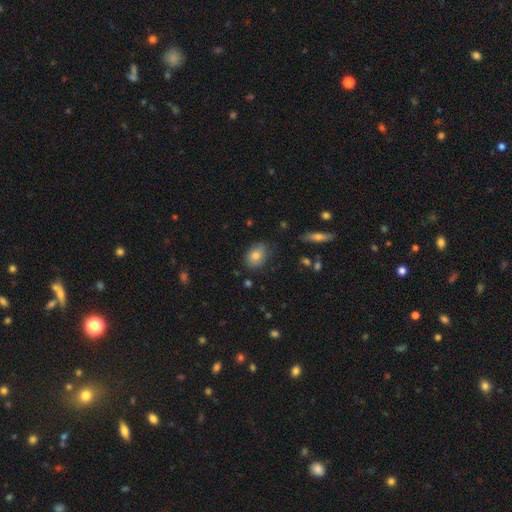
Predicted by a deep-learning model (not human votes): Smooth or featured: smooth — 79% (featured or disk — 13%)
How rounded: in between — 76% (round — 23%)
Merging: none — 76% (minor disturbance — 19%)